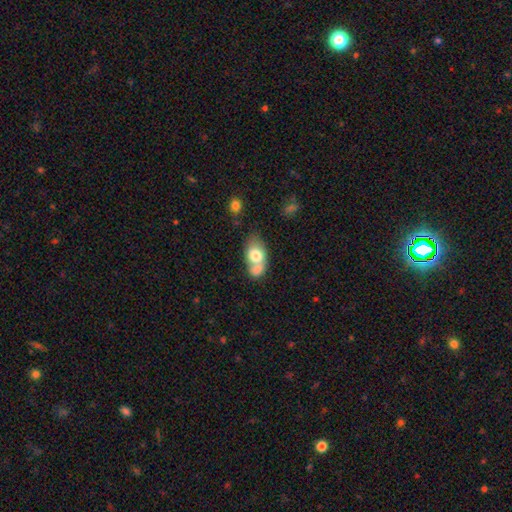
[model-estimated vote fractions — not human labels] smooth-or-featured: smooth: 72% | featured or disk: 21% | star or artifact: 7%
  how-rounded: in between: 77% | round: 21% | cigar-shaped: 2%
  merging: merger: 60% | none: 23% | minor disturbance: 11% | major disturbance: 6%